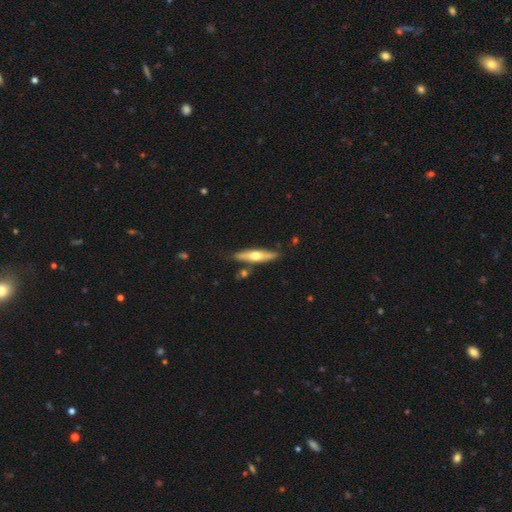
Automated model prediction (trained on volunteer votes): Morphology: type=featured or disk (52%); edge-on=yes (89%); merging=none (80%).